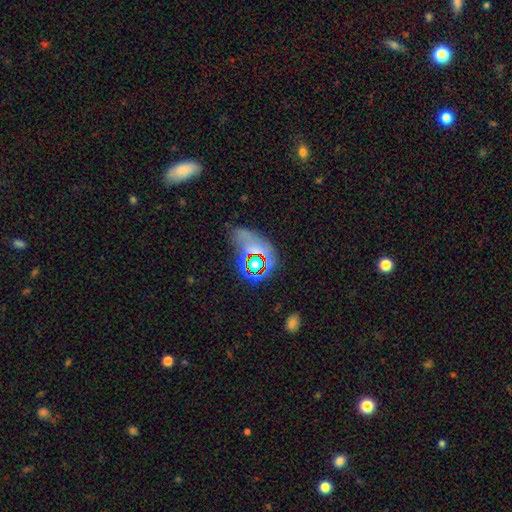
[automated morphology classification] Smooth or featured?
  - smooth: 42% *
  - star or artifact: 41%
  - featured or disk: 17%
Merging?
  - none: 57% *
  - minor disturbance: 21%
  - major disturbance: 15%
  - merger: 7%